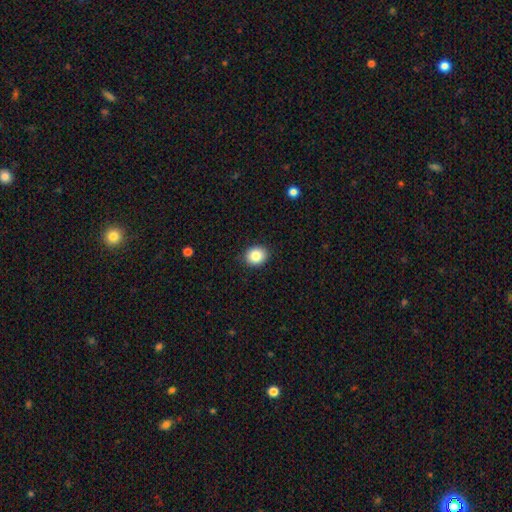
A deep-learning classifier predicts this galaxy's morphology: Q: Smooth or featured?
A: smooth (86%); runner-up: star or artifact (9%)
Q: How rounded?
A: round (60%); runner-up: in between (40%)
Q: Merging?
A: none (89%); runner-up: minor disturbance (8%)